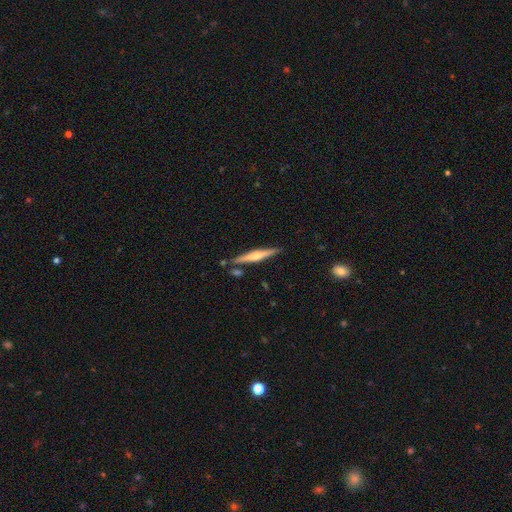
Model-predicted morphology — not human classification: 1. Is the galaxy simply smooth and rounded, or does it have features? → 62% featured or disk, 32% smooth, 6% star or artifact.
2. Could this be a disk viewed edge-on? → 97% yes, 3% no.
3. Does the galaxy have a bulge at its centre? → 85% rounded, 9% none, 6% boxy.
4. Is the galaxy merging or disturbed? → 84% none, 9% minor disturbance, 5% merger, 2% major disturbance.